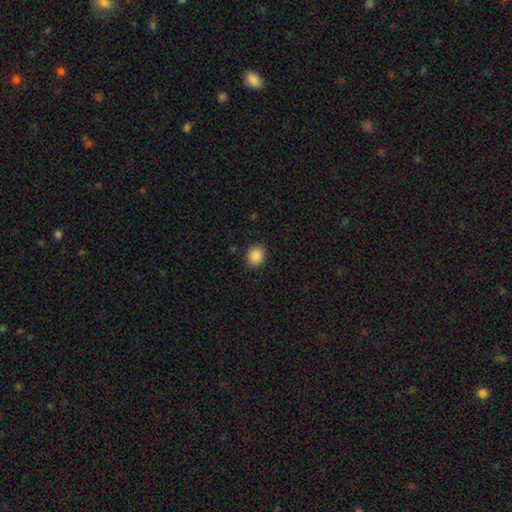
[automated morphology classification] A smooth galaxy with no disk features (88%) that is round (75%). Merging: none (90%).